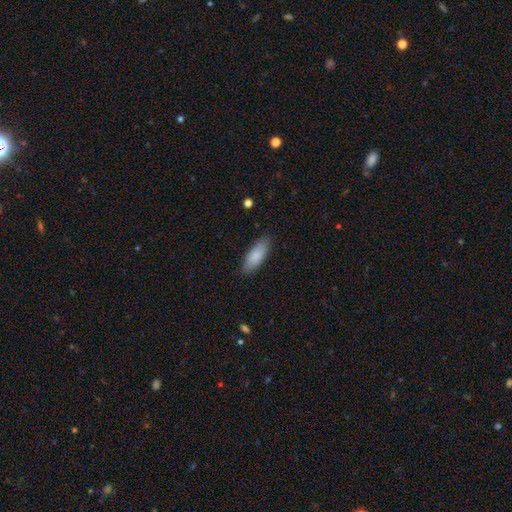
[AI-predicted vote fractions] This is clearly a smooth galaxy (85%). How rounded: likely in between (72%). Merging: clearly none (85%).